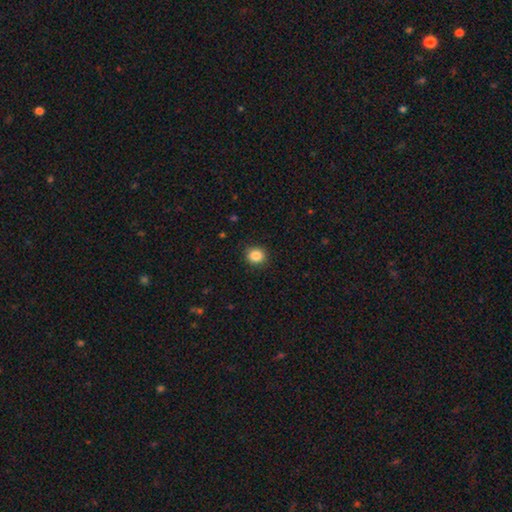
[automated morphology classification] smooth-or-featured: smooth: 86% | star or artifact: 10% | featured or disk: 3%
  how-rounded: round: 82% | in between: 17% | cigar-shaped: 1%
  merging: none: 89% | minor disturbance: 7% | major disturbance: 2% | merger: 1%